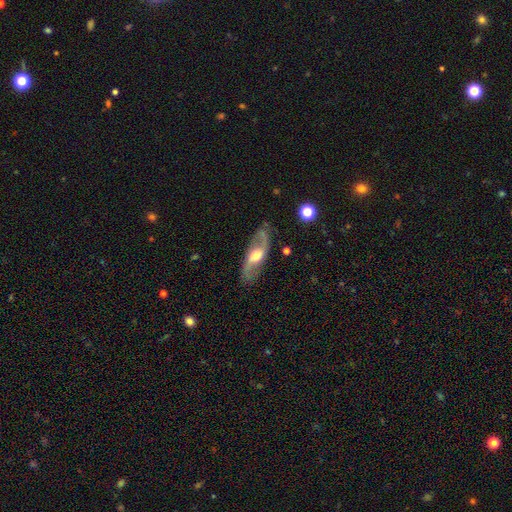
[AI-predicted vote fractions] Smooth or featured? featured or disk (82%)
Edge-on disk? no (89%)
Bar? weak (42%)
Spiral arms? yes (94%)
Spiral winding? loose (59%)
Spiral arm count? 2 (92%)
Bulge size? moderate (65%)
Merging? none (81%)